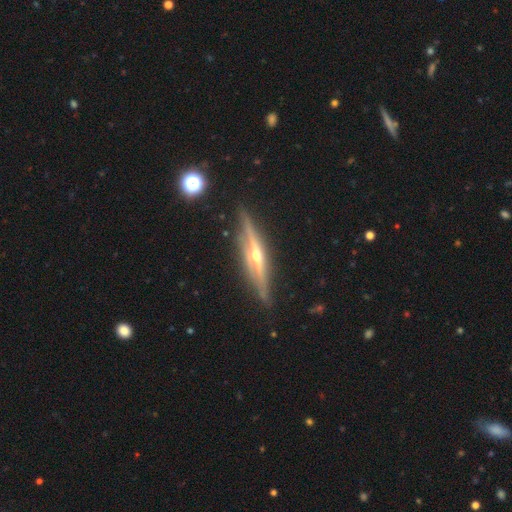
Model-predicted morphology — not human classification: The model was most divided on "smooth or featured": featured or disk: 84%, smooth: 10%, star or artifact: 6%. More confident: edge-on disk — yes (97%); merging — none (87%); edge-on bulge — rounded (86%).